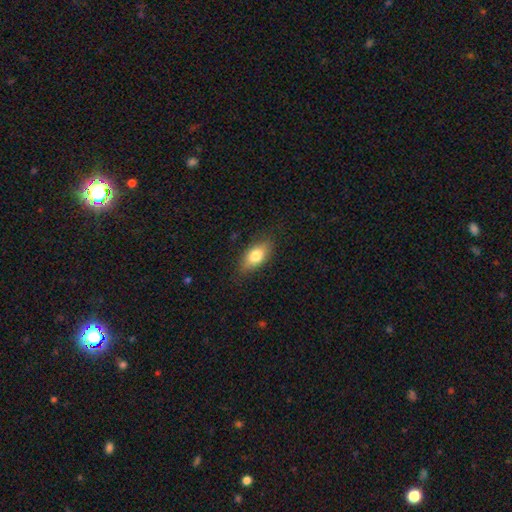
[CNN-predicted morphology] Smooth or featured: smooth — 78% (featured or disk — 15%)
How rounded: in between — 86% (cigar-shaped — 9%)
Merging: none — 82% (minor disturbance — 14%)